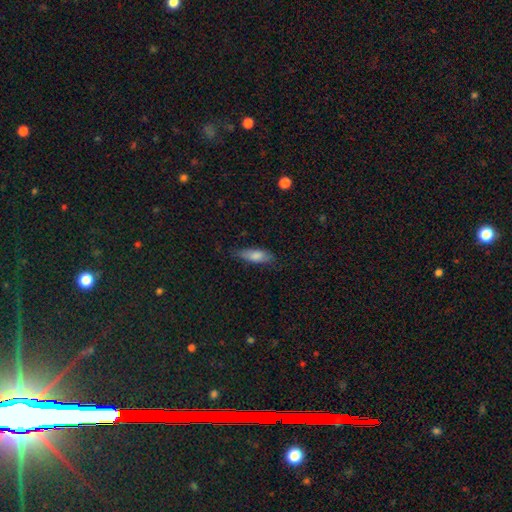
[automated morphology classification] Smooth or featured: smooth — 76% (featured or disk — 17%)
How rounded: in between — 57% (cigar-shaped — 41%)
Merging: none — 72% (minor disturbance — 22%)